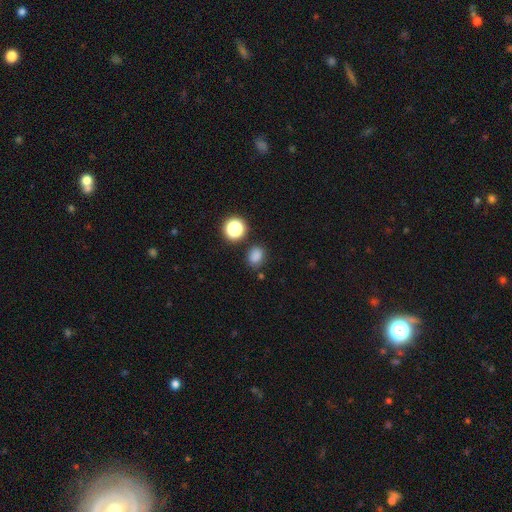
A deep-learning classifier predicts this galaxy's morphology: Smooth or featured? smooth (80%)
How rounded? in between (54%)
Merging? none (79%)